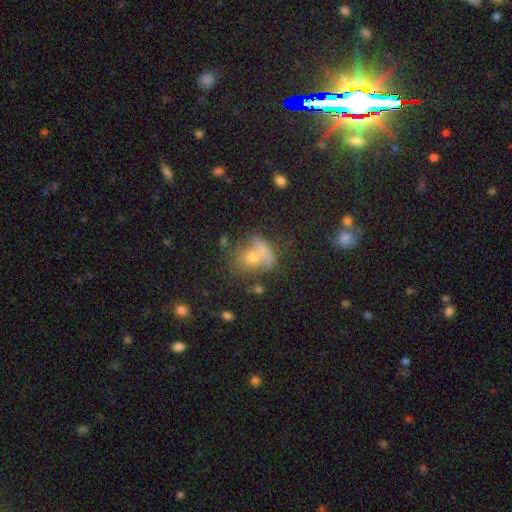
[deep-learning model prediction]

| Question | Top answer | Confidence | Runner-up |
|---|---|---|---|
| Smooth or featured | smooth | 65% | featured or disk (20%) |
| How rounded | round | 55% | in between (43%) |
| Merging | none | 36% | merger (33%) |